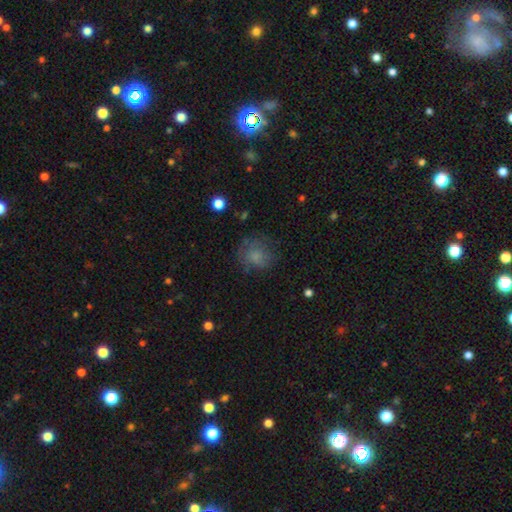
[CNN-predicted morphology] Smooth or featured? Predicted: smooth (p=0.72). How rounded? Predicted: round (p=0.79). Merging? Predicted: none (p=0.65).